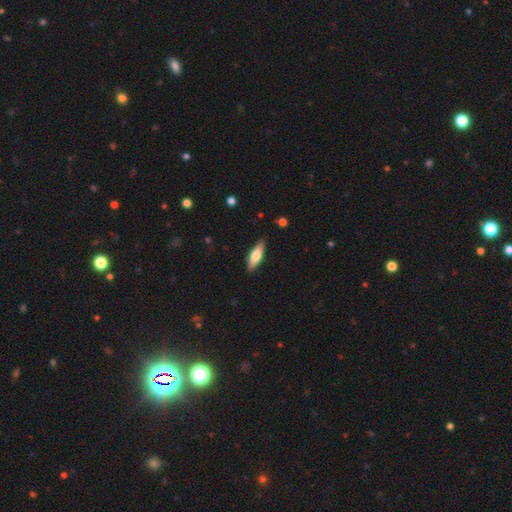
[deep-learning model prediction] Morphology: type=smooth (60%); roundness=in between (53%); merging=none (87%).